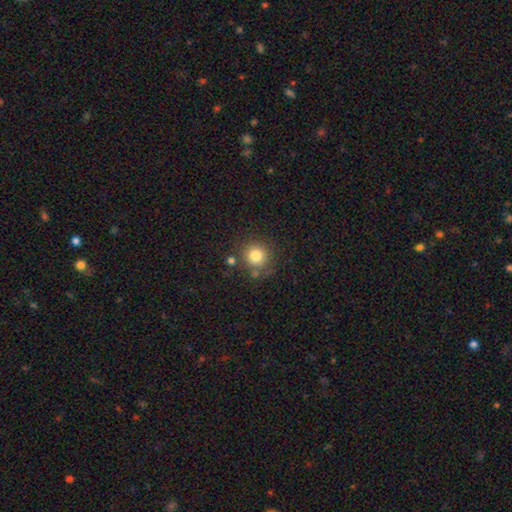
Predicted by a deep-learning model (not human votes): Q: Smooth or featured?
A: smooth (80%); runner-up: star or artifact (12%)
Q: How rounded?
A: round (90%); runner-up: in between (9%)
Q: Merging?
A: none (75%); runner-up: minor disturbance (12%)